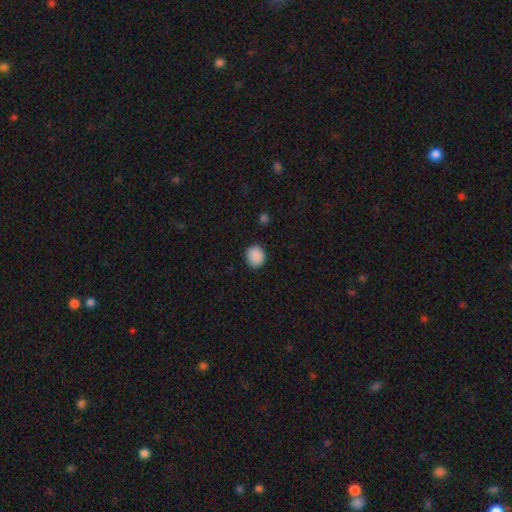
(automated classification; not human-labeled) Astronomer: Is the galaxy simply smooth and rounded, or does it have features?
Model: smooth — 89%.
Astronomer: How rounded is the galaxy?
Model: round — 75%.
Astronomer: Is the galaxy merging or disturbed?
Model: none — 87%.